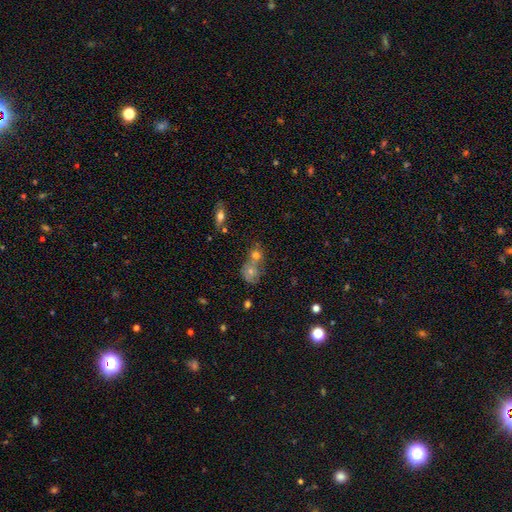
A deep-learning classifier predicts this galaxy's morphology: smooth_or_featured: smooth (p=0.56) [alt: featured or disk p=0.24]
how_rounded: round (p=0.74) [alt: in between p=0.24]
merging: merger (p=0.47) [alt: none p=0.40]